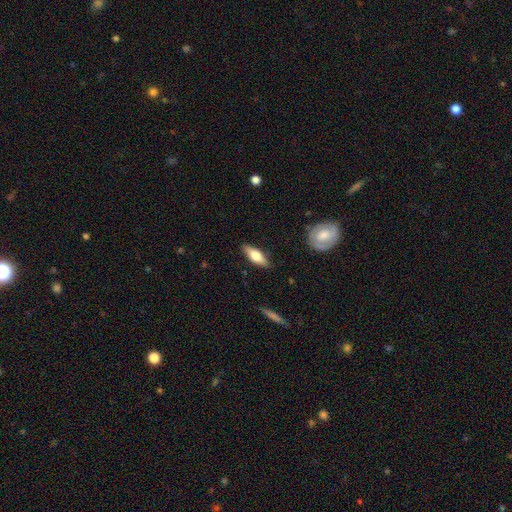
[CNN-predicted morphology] This is possibly a smooth galaxy (58%). How rounded: likely in between (60%). Merging: clearly none (87%).